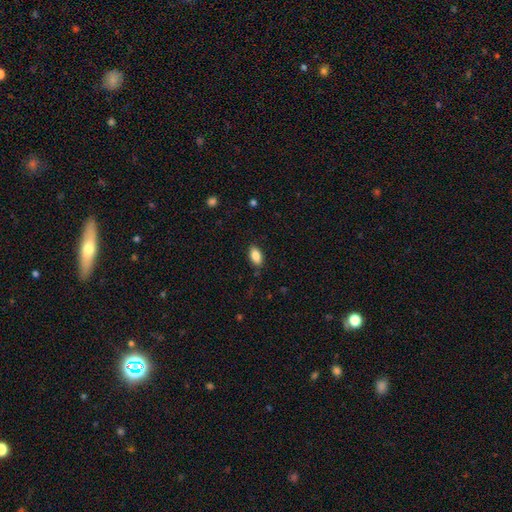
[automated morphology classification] Smooth or featured?
  - smooth: 86% *
  - star or artifact: 8%
  - featured or disk: 6%
How rounded?
  - in between: 92% *
  - cigar-shaped: 4%
  - round: 4%
Merging?
  - none: 86% *
  - minor disturbance: 10%
  - major disturbance: 2%
  - merger: 1%